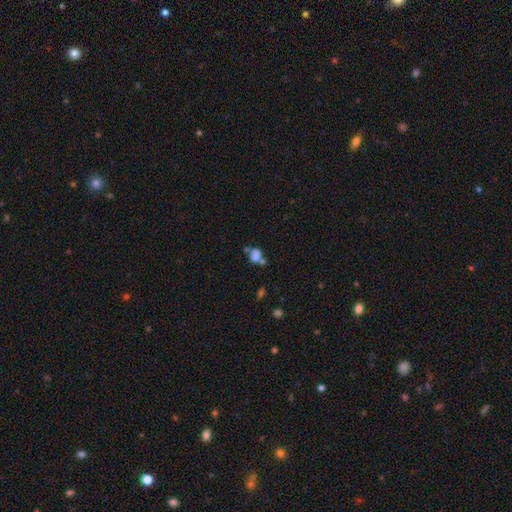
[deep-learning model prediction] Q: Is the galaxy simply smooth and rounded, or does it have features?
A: smooth — 71%.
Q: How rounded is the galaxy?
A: in between — 59%.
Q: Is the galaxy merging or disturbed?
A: merger — 41%.